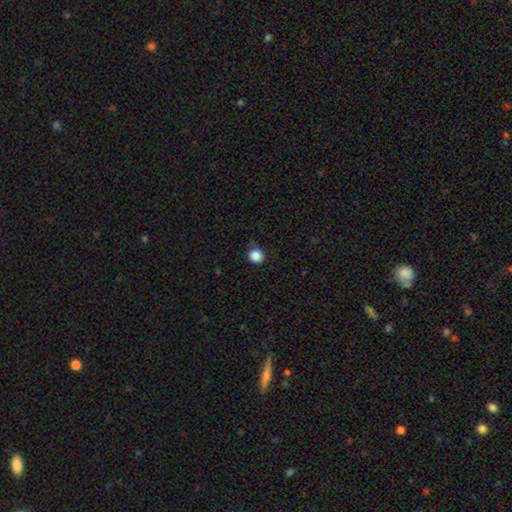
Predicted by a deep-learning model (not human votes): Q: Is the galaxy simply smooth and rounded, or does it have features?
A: smooth — 87%.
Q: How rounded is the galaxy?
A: round — 86%.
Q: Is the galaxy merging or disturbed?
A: none — 74%.